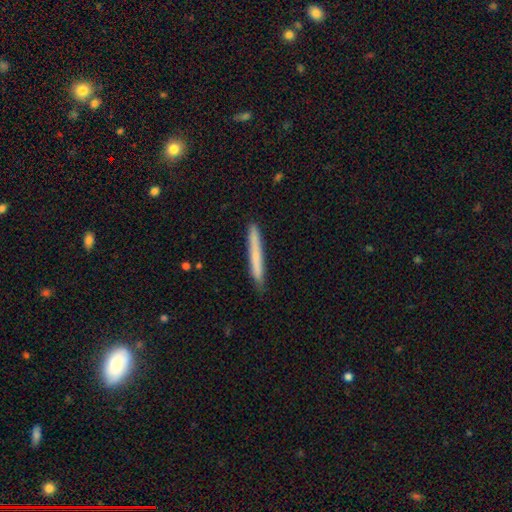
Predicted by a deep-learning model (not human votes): A smooth galaxy with no disk features (66%) that is cigar-shaped (97%).

Vote fractions:
- Smooth or featured? smooth: 66% / featured or disk: 28% / star or artifact: 6%
- How rounded? cigar-shaped: 97% / in between: 2% / round: 1%
- Merging? none: 88% / minor disturbance: 9% / major disturbance: 2% / merger: 1%